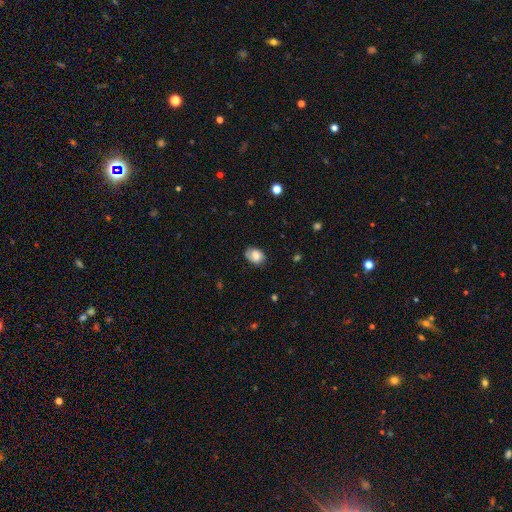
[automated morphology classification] A smooth galaxy with no disk features (58%) that is in between round and cigar-shaped (74%). Merging: none (70%).